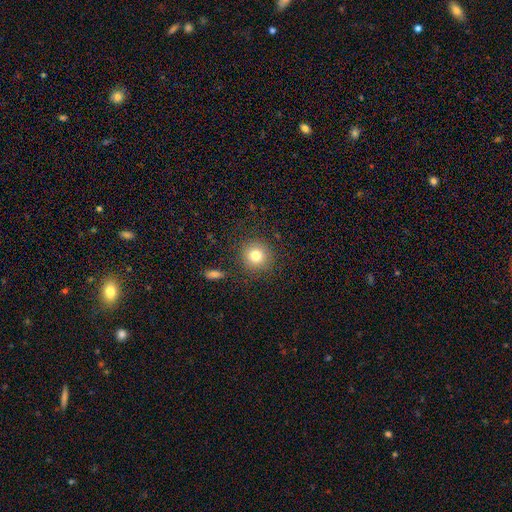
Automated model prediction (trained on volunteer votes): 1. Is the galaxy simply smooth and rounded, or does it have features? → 79% smooth, 11% star or artifact, 9% featured or disk.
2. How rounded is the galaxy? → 92% round, 7% in between, 1% cigar-shaped.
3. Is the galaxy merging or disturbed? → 87% none, 8% minor disturbance, 3% major disturbance, 2% merger.